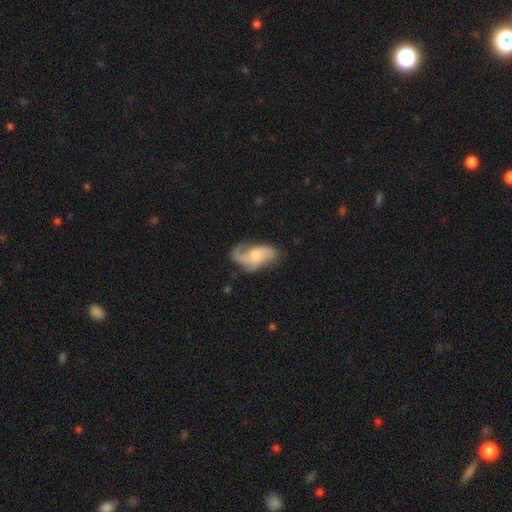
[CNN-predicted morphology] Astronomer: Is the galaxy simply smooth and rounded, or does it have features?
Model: featured or disk — 67%.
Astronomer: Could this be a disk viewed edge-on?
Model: no — 96%.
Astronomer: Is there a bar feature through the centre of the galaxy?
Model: no — 63%.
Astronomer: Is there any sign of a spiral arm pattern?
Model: yes — 91%.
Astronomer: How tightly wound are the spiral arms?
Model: loose — 51% (runner-up: medium, 36%).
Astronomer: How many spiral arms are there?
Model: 2 — 58%.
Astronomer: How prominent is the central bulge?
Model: moderate — 35% (runner-up: small, 34%).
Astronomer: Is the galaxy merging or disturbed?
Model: none — 48% (runner-up: minor disturbance, 25%).